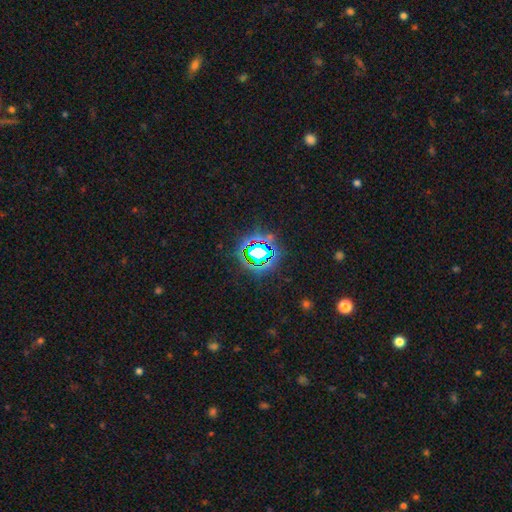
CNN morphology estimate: smooth-or-featured: star or artifact: 71% | smooth: 17% | featured or disk: 11%